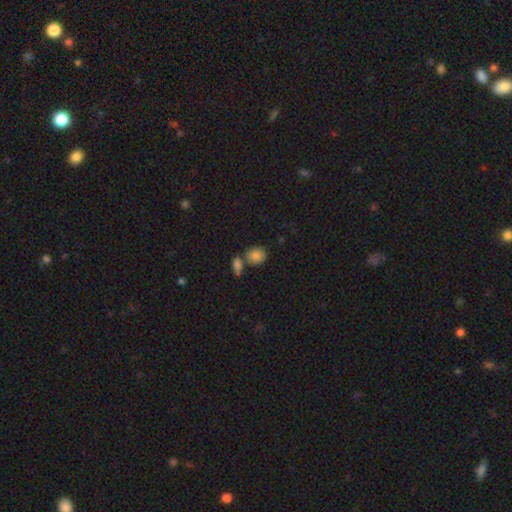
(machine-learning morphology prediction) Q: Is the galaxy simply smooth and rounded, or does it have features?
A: smooth — 84%.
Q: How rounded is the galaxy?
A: round — 57%.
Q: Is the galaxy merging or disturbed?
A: none — 55%.